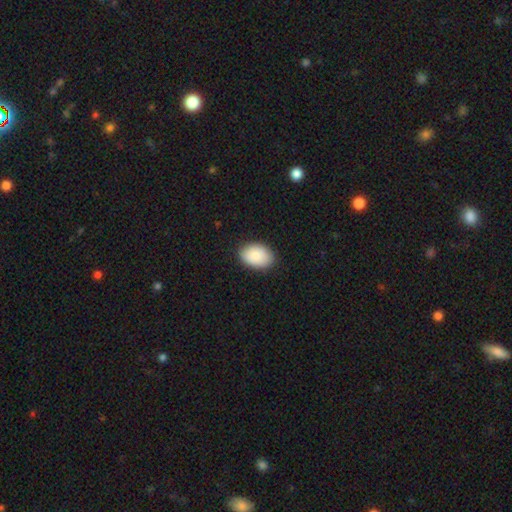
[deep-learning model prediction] Smooth or featured?
  - smooth: 88% *
  - star or artifact: 6%
  - featured or disk: 6%
How rounded?
  - in between: 86% *
  - round: 13%
  - cigar-shaped: 1%
Merging?
  - none: 87% *
  - minor disturbance: 10%
  - major disturbance: 2%
  - merger: 1%